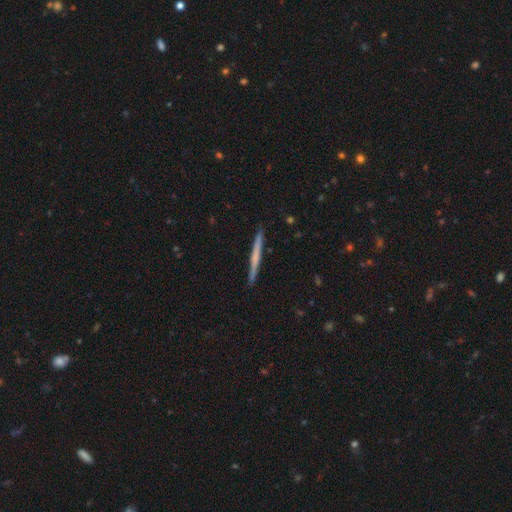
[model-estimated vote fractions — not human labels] A featured or disk galaxy (53%) viewed edge-on (98%) with no central bulge (72%). Merging: none (92%).